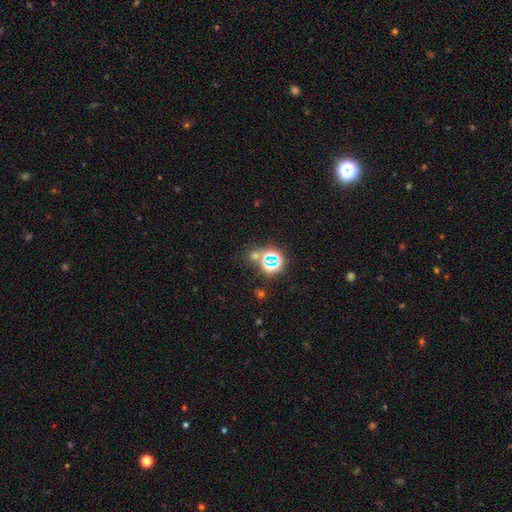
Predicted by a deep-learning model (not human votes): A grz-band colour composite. It shows a star or artifact, not a galaxy (58%).